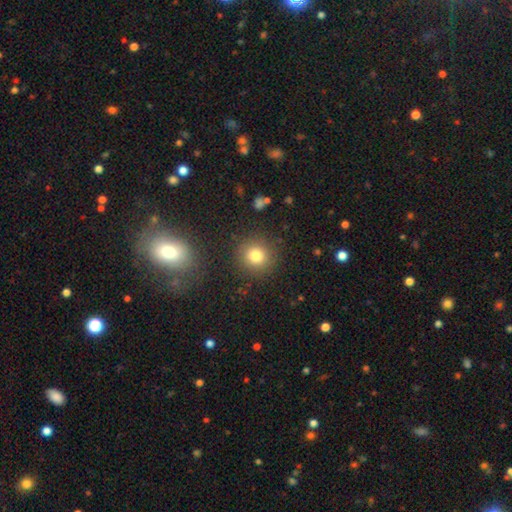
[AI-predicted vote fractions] A smooth galaxy with no disk features (80%) that is round (92%). Merging: none (88%).